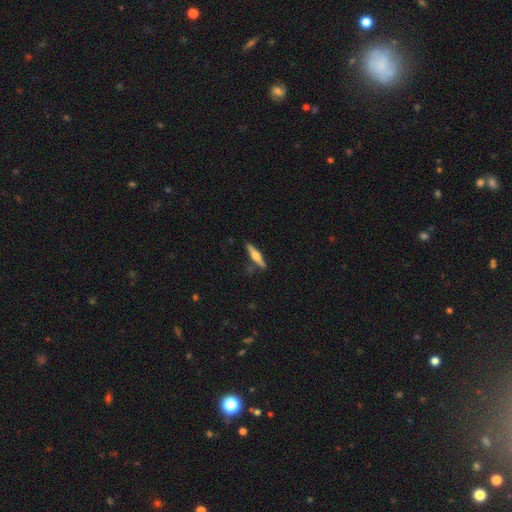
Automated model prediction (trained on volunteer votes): smooth-or-featured: featured or disk: 61% | smooth: 33% | star or artifact: 5%
  disk-edge-on: yes: 97% | no: 3%
    edge-on-bulge: rounded: 92% | boxy: 5% | none: 3%
  merging: none: 85% | minor disturbance: 10% | merger: 3% | major disturbance: 2%